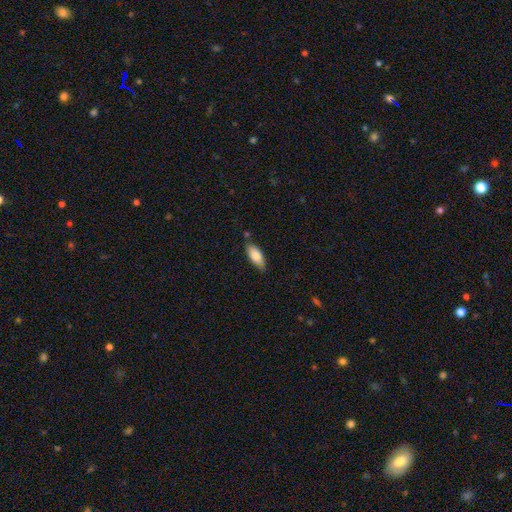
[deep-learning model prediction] smooth-or-featured: smooth: 81% | featured or disk: 13% | star or artifact: 6%
  how-rounded: in between: 84% | cigar-shaped: 14% | round: 2%
  merging: none: 76% | minor disturbance: 18% | merger: 3% | major disturbance: 3%